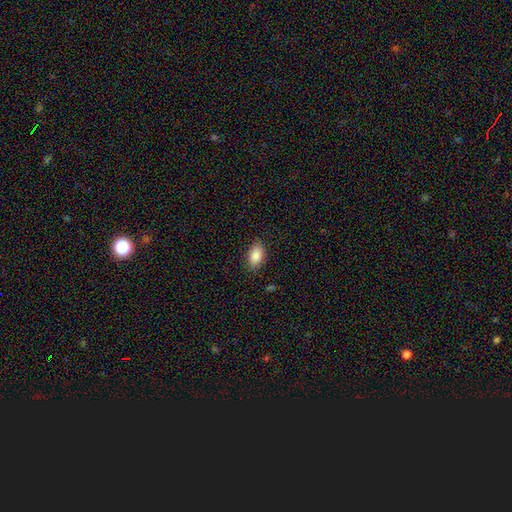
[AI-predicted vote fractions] Smooth or featured?
  - smooth: 86% *
  - star or artifact: 7%
  - featured or disk: 6%
How rounded?
  - in between: 92% *
  - round: 6%
  - cigar-shaped: 3%
Merging?
  - none: 86% *
  - minor disturbance: 10%
  - major disturbance: 3%
  - merger: 1%